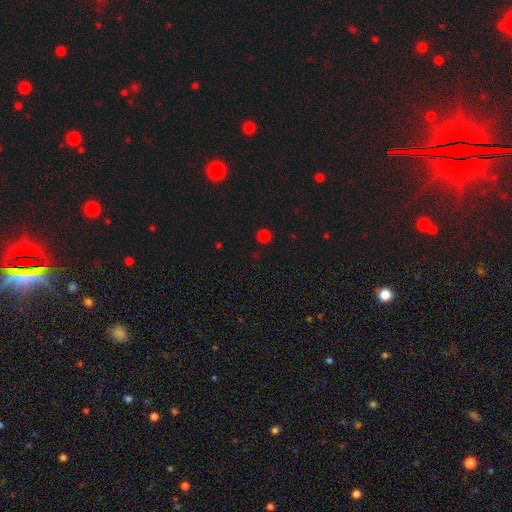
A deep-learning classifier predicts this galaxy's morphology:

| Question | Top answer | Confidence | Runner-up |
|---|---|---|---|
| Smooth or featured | smooth | 72% | star or artifact (24%) |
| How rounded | round | 94% | in between (5%) |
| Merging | none | 92% | minor disturbance (5%) |